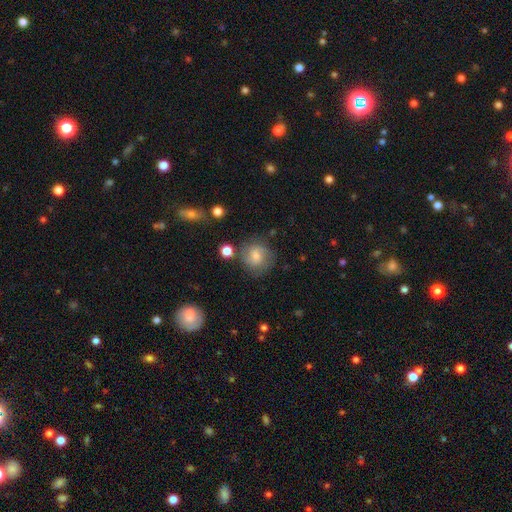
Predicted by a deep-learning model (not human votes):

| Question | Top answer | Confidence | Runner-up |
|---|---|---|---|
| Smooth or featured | smooth | 59% | featured or disk (29%) |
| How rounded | round | 85% | in between (14%) |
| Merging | none | 75% | minor disturbance (15%) |